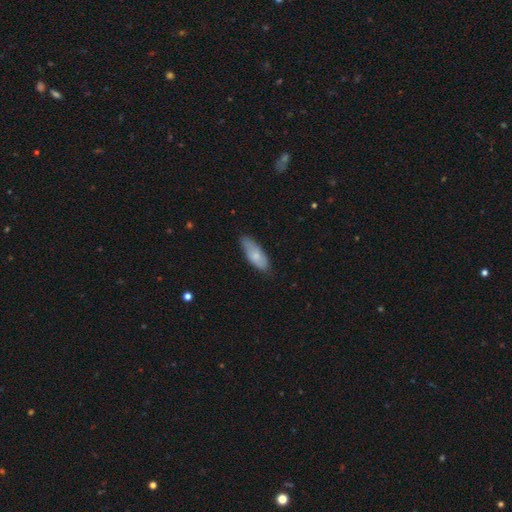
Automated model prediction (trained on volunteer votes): Smooth or featured? Predicted: smooth (p=0.72). How rounded? Predicted: in between (p=0.74). Merging? Predicted: none (p=0.71).